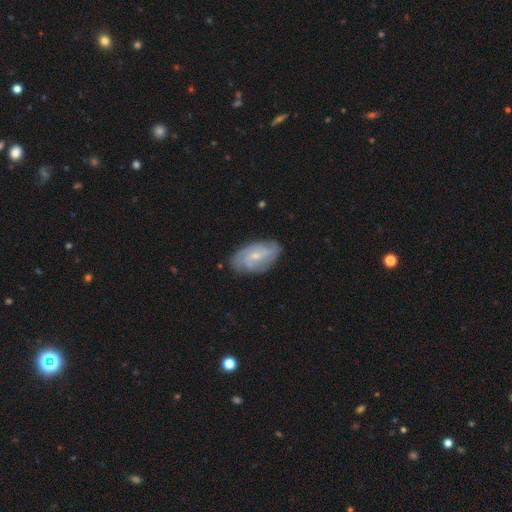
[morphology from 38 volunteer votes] This is likely a featured or disk galaxy (76%). It is clearly not viewed edge-on (93%). Bar: possibly weak (59%). Spiral arm pattern: clearly yes (85%). Spiral arm count: possibly can't tell (52%). Spiral winding: marginally medium (43%). Central bulge: likely small (67%). Merging: clearly none (81%).